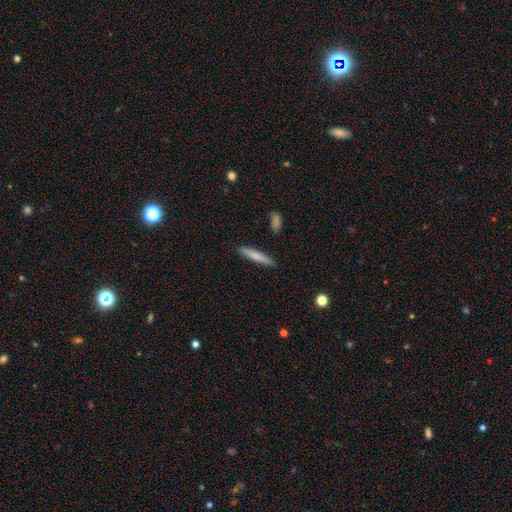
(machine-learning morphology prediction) Smooth or featured: smooth — 76% (featured or disk — 18%)
How rounded: cigar-shaped — 92% (in between — 7%)
Merging: none — 89% (minor disturbance — 8%)